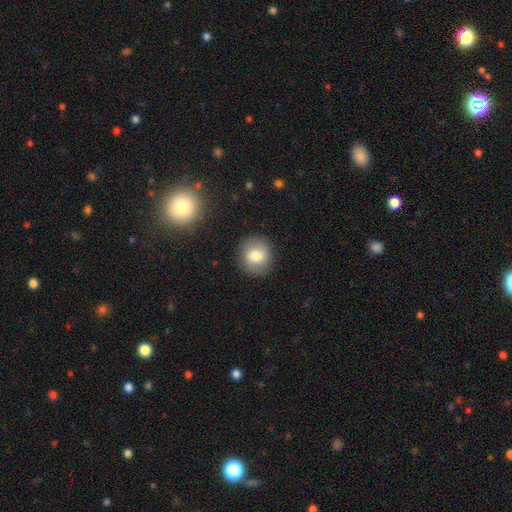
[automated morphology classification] Smooth or featured? smooth (71%)
How rounded? round (82%)
Merging? none (86%)